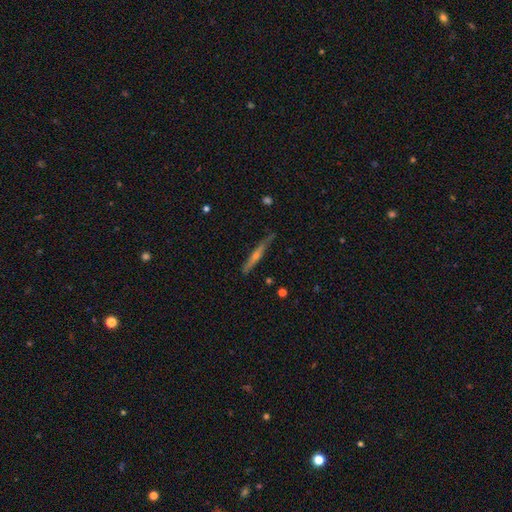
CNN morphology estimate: Smooth or featured? featured or disk (62%)
Edge-on disk? yes (95%)
Edge-on bulge? rounded (70%)
Merging? none (79%)